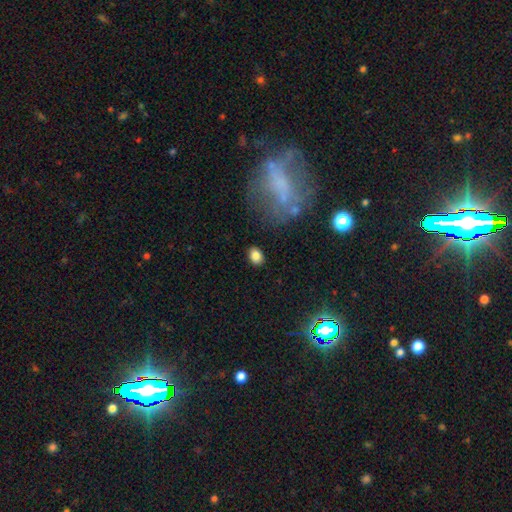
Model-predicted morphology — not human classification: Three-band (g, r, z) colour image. It shows a smooth galaxy with no disk features (84%) that is in between round and cigar-shaped (64%). Merging: none (87%).